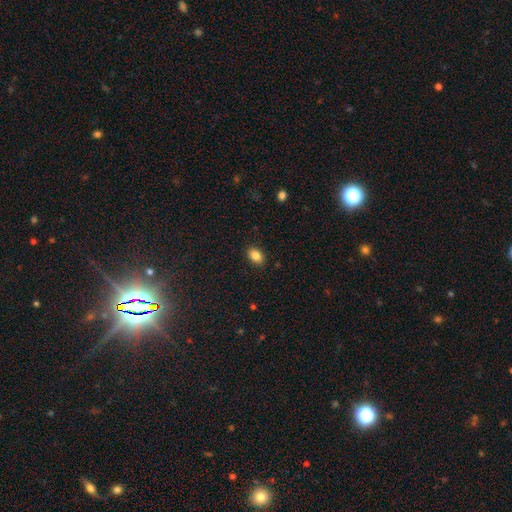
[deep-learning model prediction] This appears to be a smooth galaxy with no disk features (85%) that is in between round and cigar-shaped (82%). Merging: none (89%).